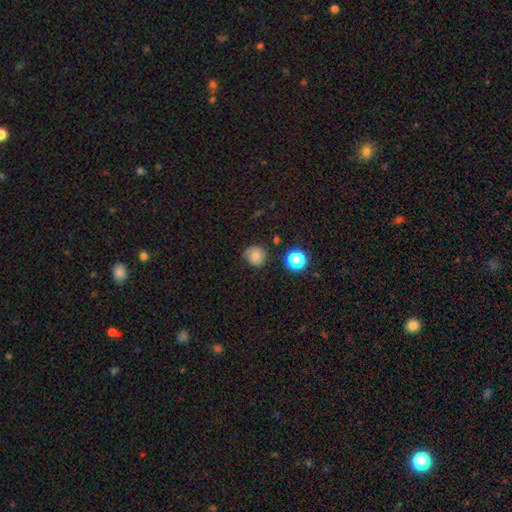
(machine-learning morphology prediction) Smooth or featured? Predicted: smooth (p=0.67). How rounded? Predicted: round (p=0.84). Merging? Predicted: none (p=0.65).